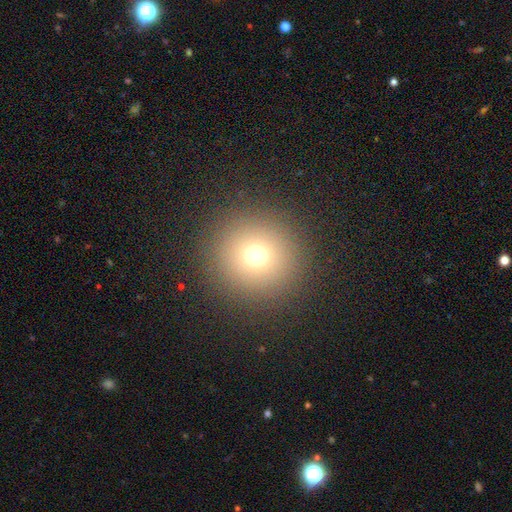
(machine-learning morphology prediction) smooth_or_featured: smooth (p=0.72) [alt: star or artifact p=0.18]
how_rounded: round (p=0.94) [alt: in between p=0.05]
merging: none (p=0.91) [alt: minor disturbance p=0.05]